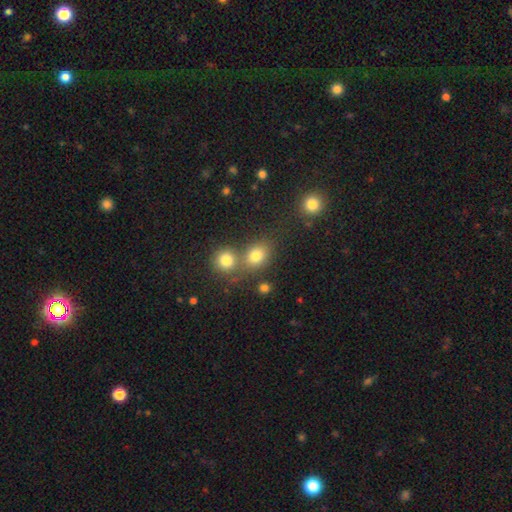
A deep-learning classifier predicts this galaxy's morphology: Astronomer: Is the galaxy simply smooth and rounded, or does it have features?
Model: smooth — 78%.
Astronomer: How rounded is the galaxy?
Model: round — 58% (runner-up: in between, 40%).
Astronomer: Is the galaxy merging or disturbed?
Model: none — 56% (runner-up: merger, 31%).